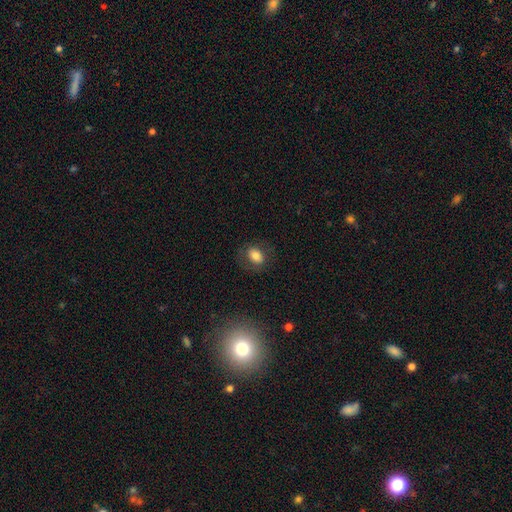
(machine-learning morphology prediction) smooth 77%, featured or disk 14%, star or artifact 9%. Down the decision tree: how rounded — in between (73%); merging — none (78%).